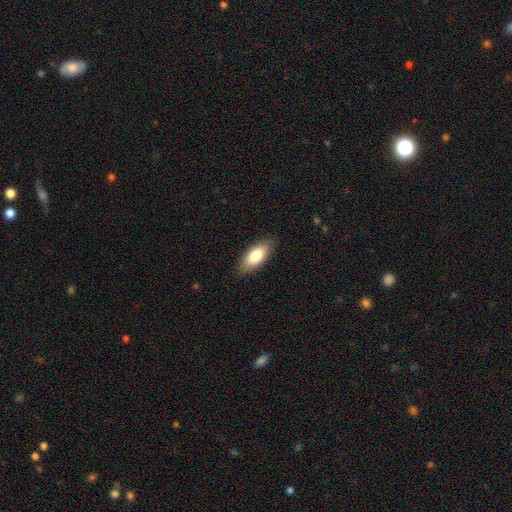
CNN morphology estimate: smooth_or_featured: smooth (p=0.81) [alt: featured or disk p=0.13]
how_rounded: in between (p=0.85) [alt: cigar-shaped p=0.13]
merging: none (p=0.86) [alt: minor disturbance p=0.11]